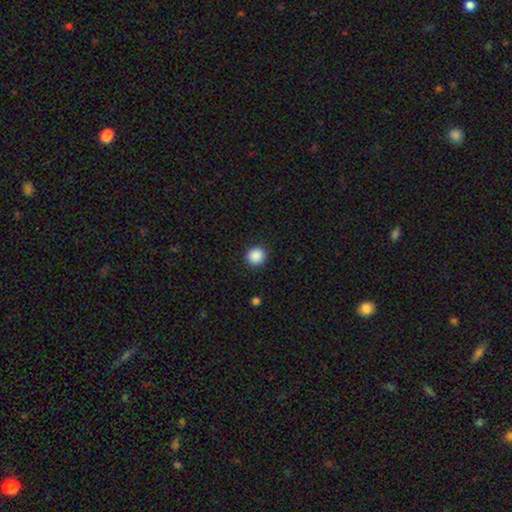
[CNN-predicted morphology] A smooth galaxy with no disk features (89%) that is round (93%).

Vote fractions:
- Smooth or featured? smooth: 89% / star or artifact: 9% / featured or disk: 2%
- How rounded? round: 93% / in between: 6% / cigar-shaped: 1%
- Merging? none: 92% / minor disturbance: 5% / major disturbance: 2% / merger: 1%